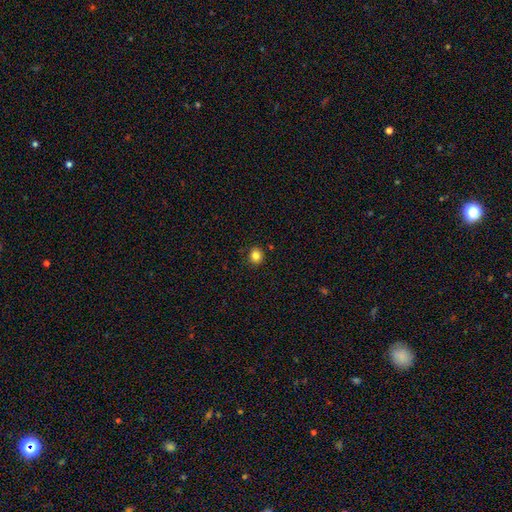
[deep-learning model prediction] The model was most divided on "smooth or featured": smooth: 83%, star or artifact: 12%, featured or disk: 5%. More confident: merging — none (89%); how rounded — round (86%).